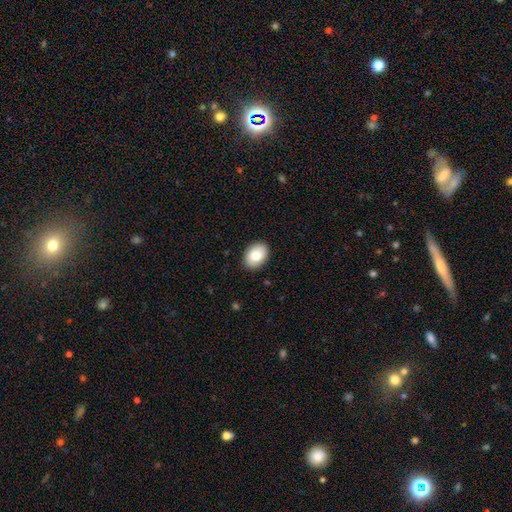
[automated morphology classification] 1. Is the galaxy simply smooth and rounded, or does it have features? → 83% smooth, 10% featured or disk, 7% star or artifact.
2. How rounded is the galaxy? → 80% in between, 19% round, 1% cigar-shaped.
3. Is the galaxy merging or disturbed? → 89% none, 9% minor disturbance, 2% major disturbance, 1% merger.